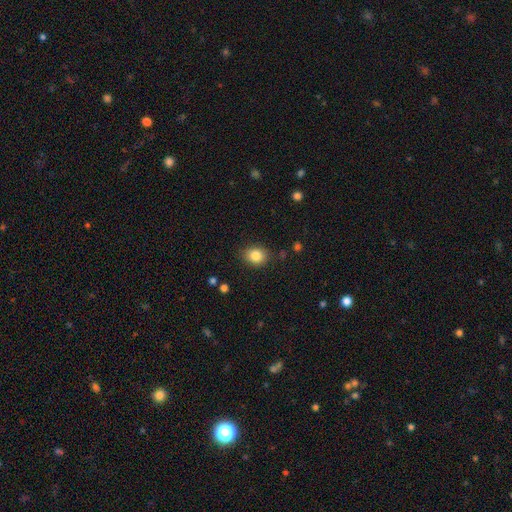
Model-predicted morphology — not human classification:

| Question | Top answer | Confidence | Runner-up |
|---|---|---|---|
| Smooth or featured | smooth | 85% | star or artifact (9%) |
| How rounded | round | 52% | in between (47%) |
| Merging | none | 84% | minor disturbance (11%) |